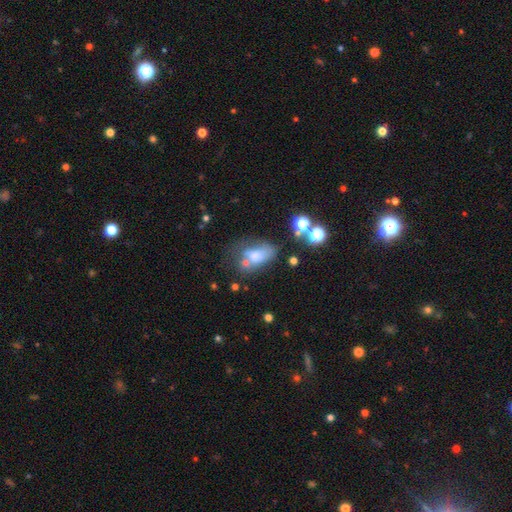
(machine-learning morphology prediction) Smooth or featured? smooth (62%)
How rounded? in between (83%)
Merging? none (32%)